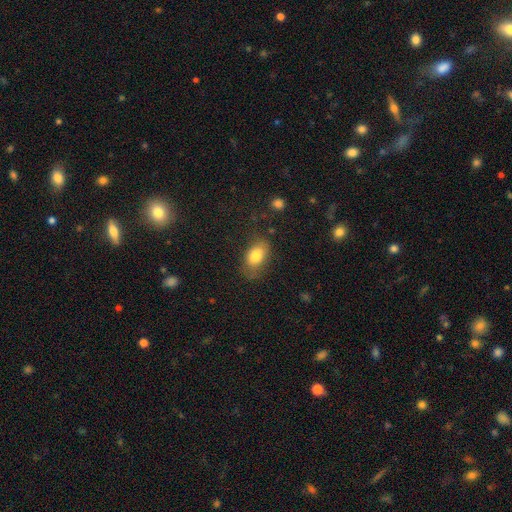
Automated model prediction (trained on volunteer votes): Morphology: type=smooth (80%); roundness=in between (88%); merging=none (66%).